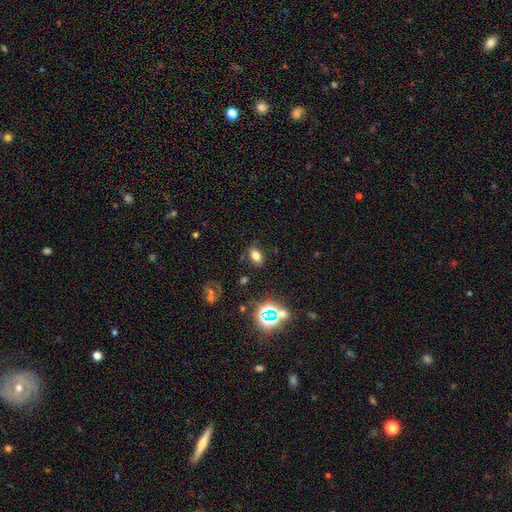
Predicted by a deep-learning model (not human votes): Morphology: type=smooth (68%); roundness=in between (85%); merging=none (80%).